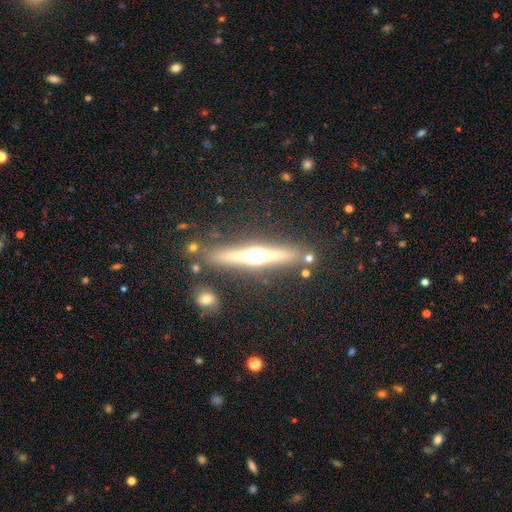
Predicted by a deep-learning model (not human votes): This appears to be a featured or disk galaxy (76%) viewed edge-on (97%) with a rounded central bulge (93%). Merging: none (84%).